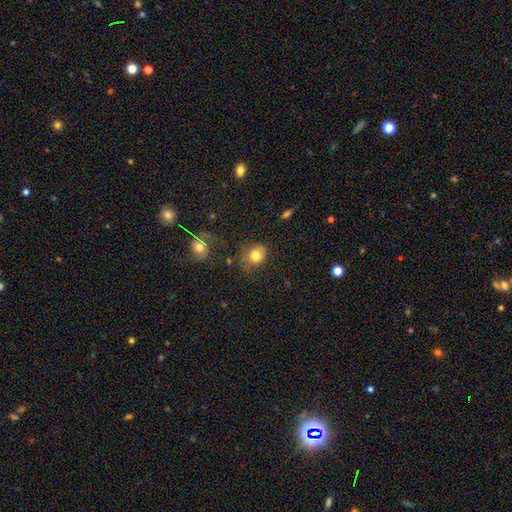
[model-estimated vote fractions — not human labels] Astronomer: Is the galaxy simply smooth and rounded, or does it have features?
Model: smooth — 80%.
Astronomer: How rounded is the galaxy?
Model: round — 63%.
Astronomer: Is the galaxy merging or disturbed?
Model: none — 62%.